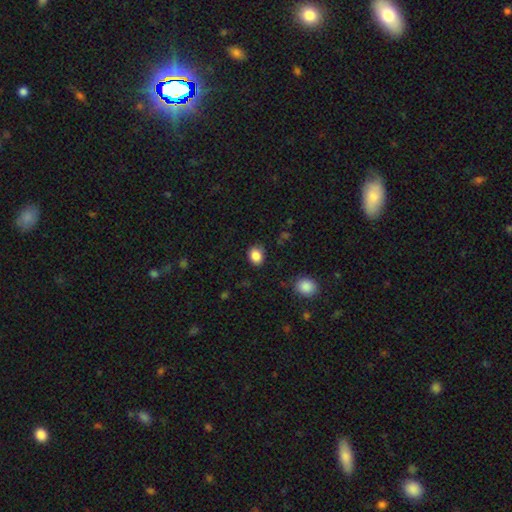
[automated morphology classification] This appears to be a smooth galaxy with no disk features (86%) that is in between round and cigar-shaped (56%). Merging: none (81%).